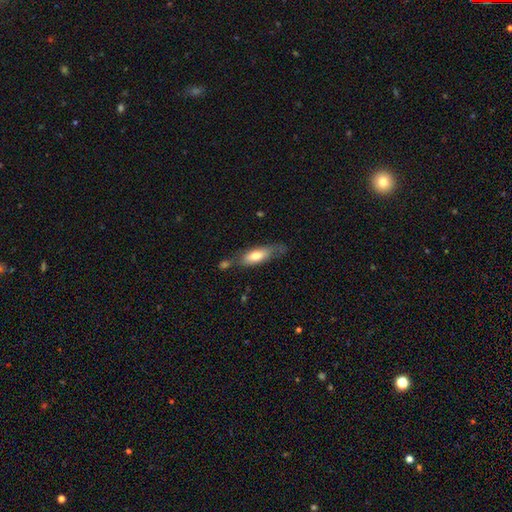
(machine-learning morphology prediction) Smooth or featured: smooth — 66% (featured or disk — 28%)
How rounded: in between — 61% (cigar-shaped — 37%)
Merging: none — 54% (minor disturbance — 25%)